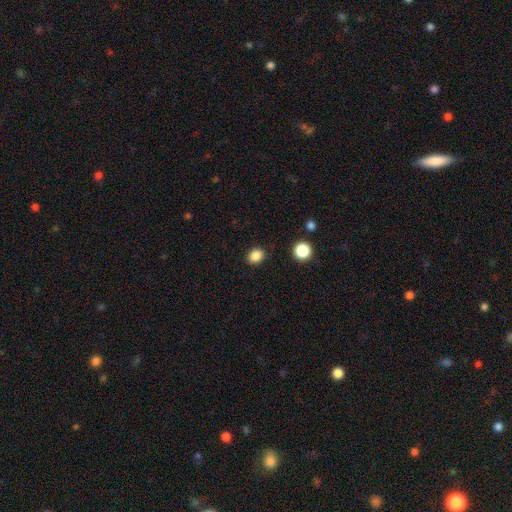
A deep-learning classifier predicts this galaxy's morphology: This appears to be a smooth galaxy with no disk features (85%) that is round (54%). Merging: none (87%).